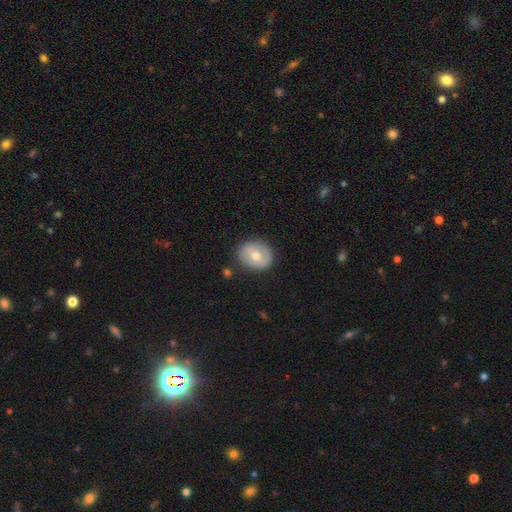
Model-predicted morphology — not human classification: A smooth galaxy with no disk features (55%) that is round (64%).

Vote fractions:
- Smooth or featured? smooth: 55% / featured or disk: 37% / star or artifact: 8%
- How rounded? round: 64% / in between: 35% / cigar-shaped: 1%
- Merging? none: 83% / minor disturbance: 12% / major disturbance: 3% / merger: 2%